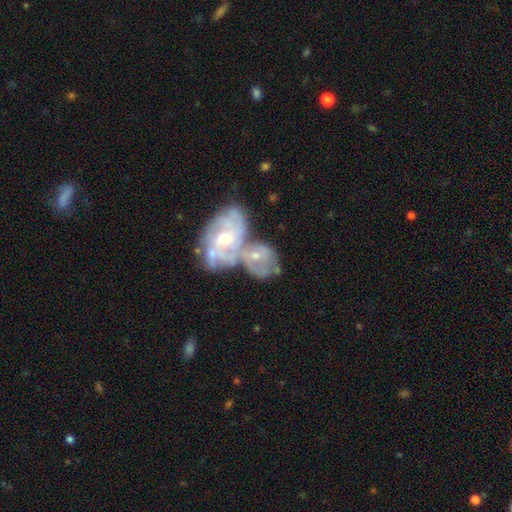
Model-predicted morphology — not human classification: Smooth or featured: featured or disk — 75% (smooth — 17%)
Edge-on disk: no — 96% (yes — 4%)
Bar: no — 68% (weak — 26%)
Spiral arms: yes — 81% (no — 19%)
Spiral winding: tight — 50% (medium — 37%)
Spiral arm count: can't tell — 45% (3 — 22%)
Bulge size: moderate — 59% (small — 35%)
Merging: merger — 65% (none — 19%)